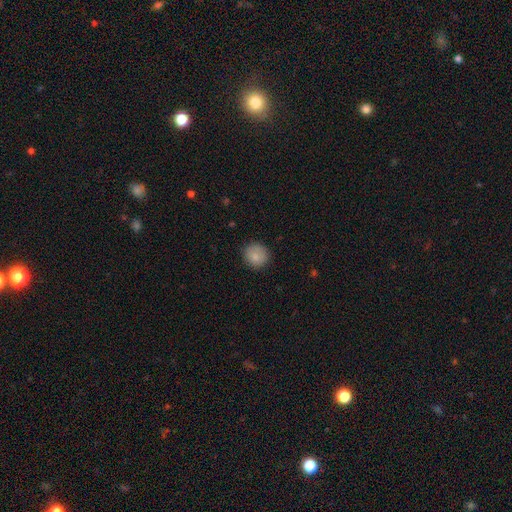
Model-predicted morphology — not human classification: Smooth or featured?
  - smooth: 84% *
  - star or artifact: 8%
  - featured or disk: 8%
How rounded?
  - round: 89% *
  - in between: 10%
  - cigar-shaped: 1%
Merging?
  - none: 84% *
  - minor disturbance: 12%
  - major disturbance: 3%
  - merger: 1%